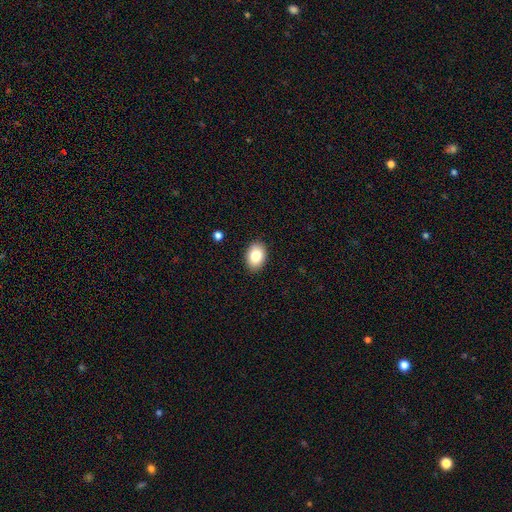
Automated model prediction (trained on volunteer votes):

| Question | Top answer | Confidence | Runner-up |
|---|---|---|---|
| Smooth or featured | smooth | 83% | featured or disk (9%) |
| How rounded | in between | 79% | round (20%) |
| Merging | none | 89% | minor disturbance (8%) |